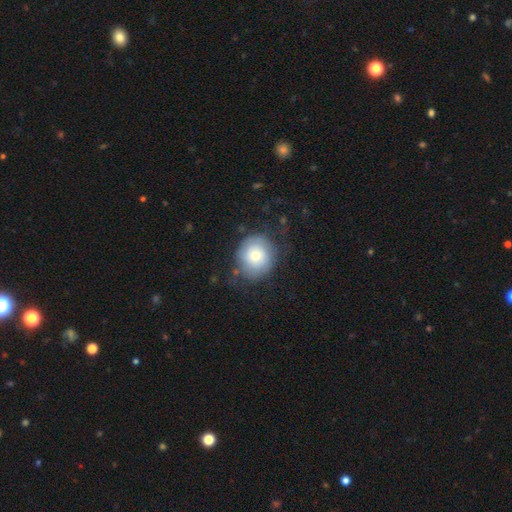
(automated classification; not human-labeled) A smooth galaxy with no disk features (71%) that is round (82%). Merging: none (63%).